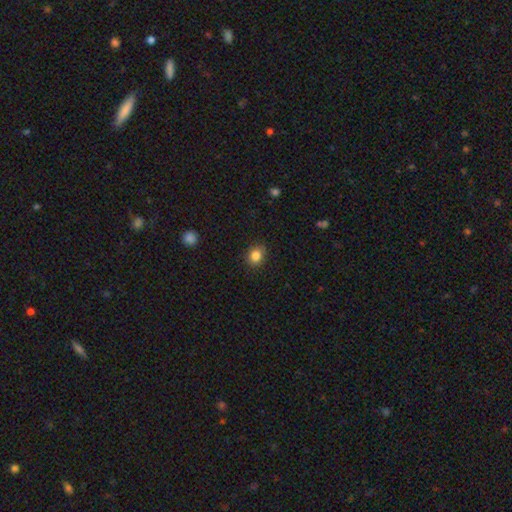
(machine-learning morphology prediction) Smooth or featured? smooth (84%)
How rounded? round (67%)
Merging? none (87%)